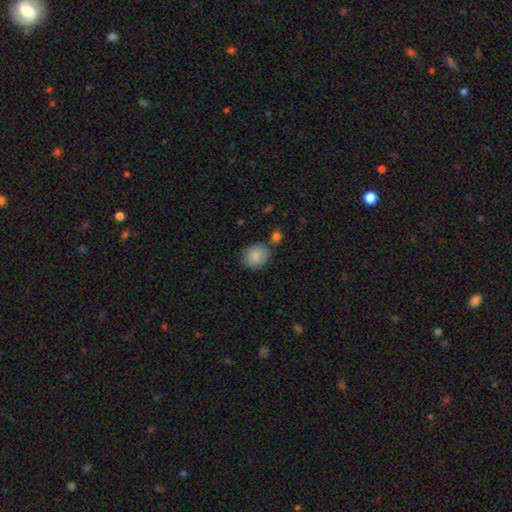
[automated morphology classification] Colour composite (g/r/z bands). It shows a smooth galaxy with no disk features (87%) that is round (69%). Merging: none (72%).